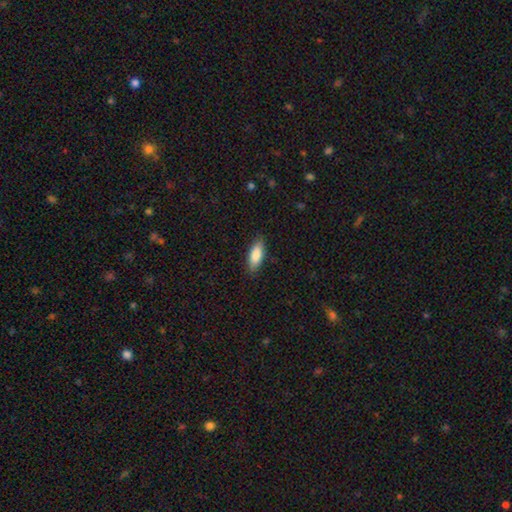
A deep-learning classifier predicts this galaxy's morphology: This is clearly a smooth galaxy (86%). How rounded: likely in between (74%). Merging: clearly none (86%).